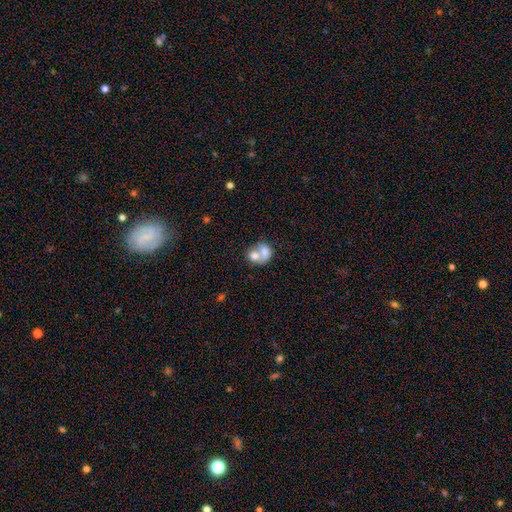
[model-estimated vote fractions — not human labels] Overall: smooth (68%). How rounded: round (54%; in between 45%). Merging: merger (73%).